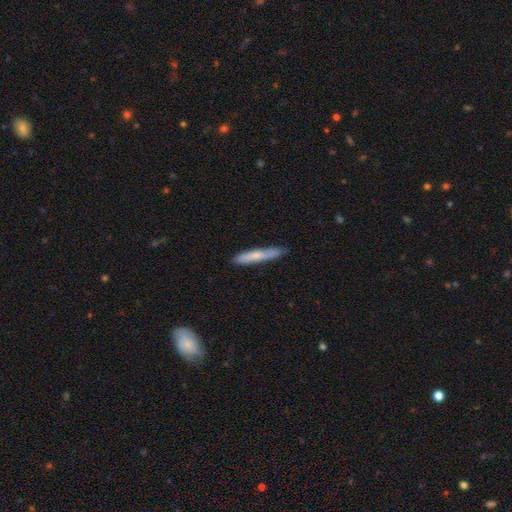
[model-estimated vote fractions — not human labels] Smooth or featured? Predicted: smooth (p=0.65). How rounded? Predicted: cigar-shaped (p=0.93). Merging? Predicted: none (p=0.84).